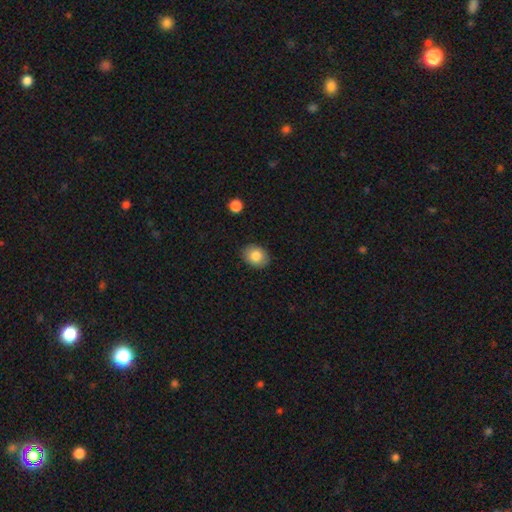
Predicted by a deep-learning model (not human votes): Q: Smooth or featured?
A: smooth (83%); runner-up: featured or disk (9%)
Q: How rounded?
A: in between (62%); runner-up: round (37%)
Q: Merging?
A: none (88%); runner-up: minor disturbance (9%)